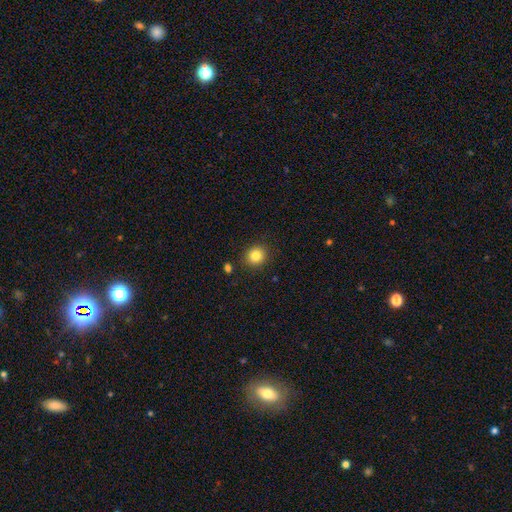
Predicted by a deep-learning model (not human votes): Overall: smooth (83%). How rounded: round (86%). Merging: none (89%).